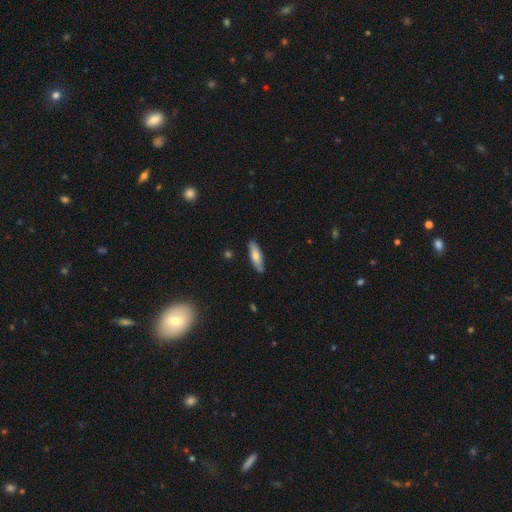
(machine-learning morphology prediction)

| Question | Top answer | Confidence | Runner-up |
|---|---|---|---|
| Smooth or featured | smooth | 69% | featured or disk (25%) |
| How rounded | cigar-shaped | 62% | in between (36%) |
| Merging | none | 87% | minor disturbance (10%) |